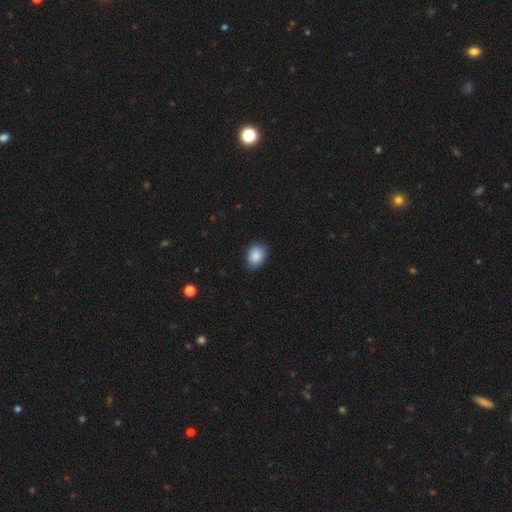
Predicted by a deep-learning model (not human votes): The model was most divided on "how rounded": in between: 64%, round: 35%, cigar-shaped: 1%. More confident: smooth or featured — smooth (88%); merging — none (85%).